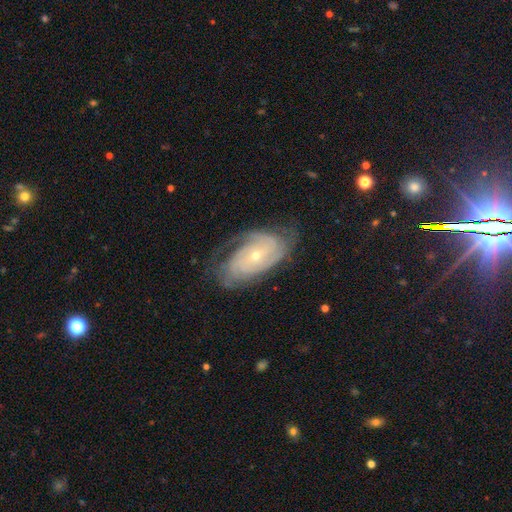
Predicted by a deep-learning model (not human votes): featured or disk 85%, smooth 9%, star or artifact 6%. Down the decision tree: edge-on disk — no (95%); bar — no (70%); spiral arms — yes (95%); spiral arm count — can't tell (31%); spiral winding — tight (66%); bulge size — small (73%); merging — none (66%).